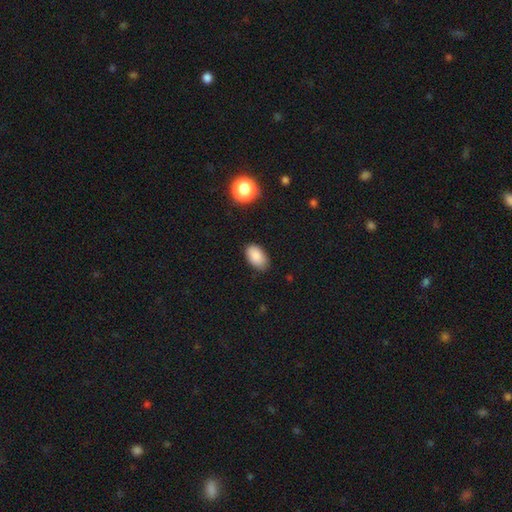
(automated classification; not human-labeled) Smooth or featured?
  - smooth: 87% *
  - star or artifact: 8%
  - featured or disk: 5%
How rounded?
  - in between: 92% *
  - round: 6%
  - cigar-shaped: 1%
Merging?
  - none: 81% *
  - minor disturbance: 15%
  - major disturbance: 3%
  - merger: 1%